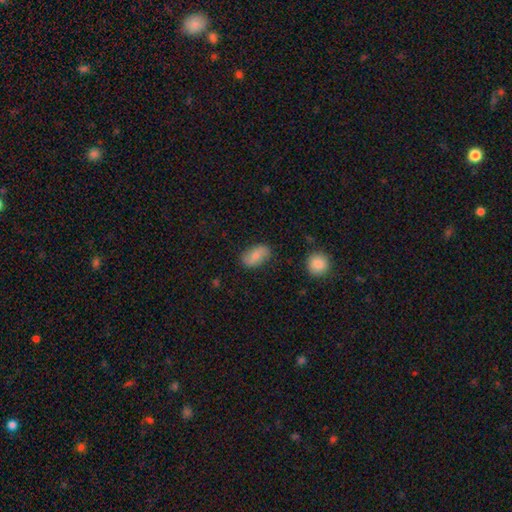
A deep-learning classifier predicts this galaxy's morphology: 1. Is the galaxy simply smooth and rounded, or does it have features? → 69% smooth, 24% featured or disk, 7% star or artifact.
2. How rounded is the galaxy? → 91% in between, 7% round, 2% cigar-shaped.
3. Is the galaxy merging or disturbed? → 80% none, 15% minor disturbance, 3% major disturbance, 2% merger.